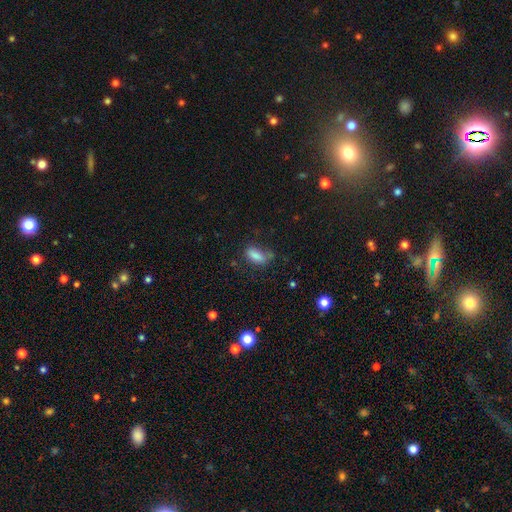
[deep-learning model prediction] This is clearly a smooth galaxy (81%). How rounded: clearly in between (82%). Merging: possibly none (52%).